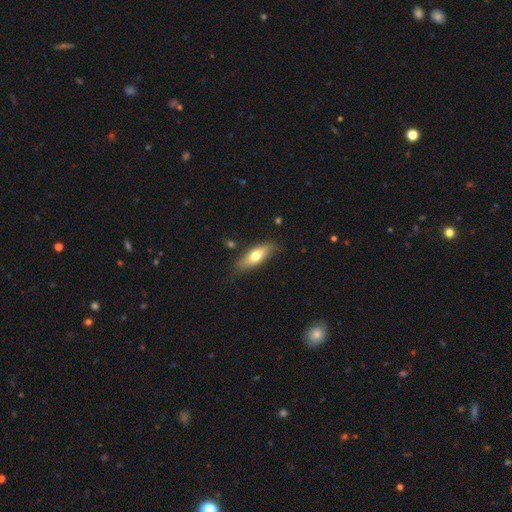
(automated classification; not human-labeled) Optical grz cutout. It shows a smooth galaxy with no disk features (62%) that is in between round and cigar-shaped (60%). Merging: none (80%).